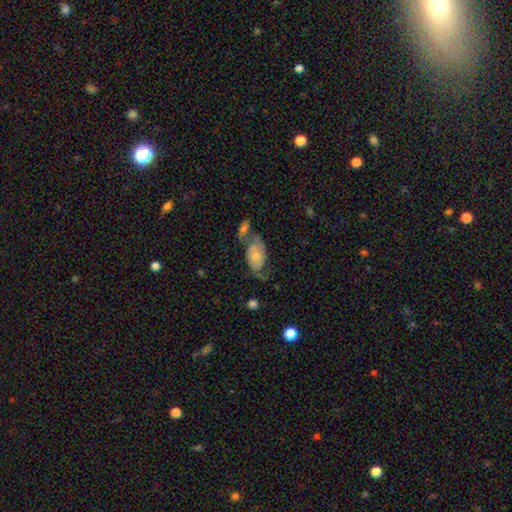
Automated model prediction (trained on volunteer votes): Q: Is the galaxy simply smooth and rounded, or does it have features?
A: featured or disk — 47%.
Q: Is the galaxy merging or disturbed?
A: merger — 27%.